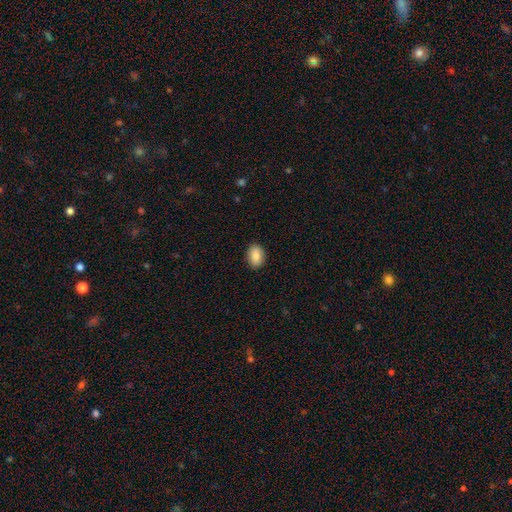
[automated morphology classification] Smooth or featured? Predicted: smooth (p=0.87). How rounded? Predicted: in between (p=0.82). Merging? Predicted: none (p=0.89).